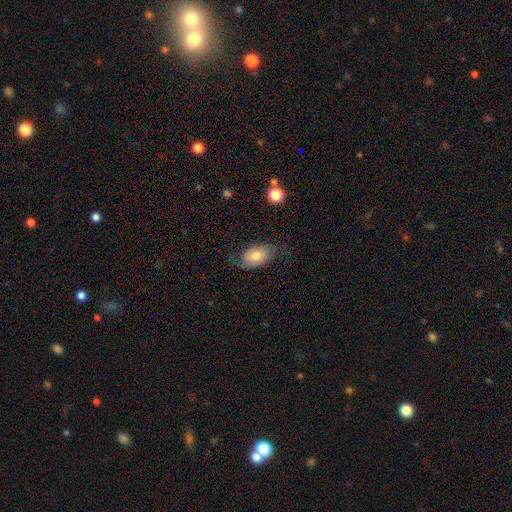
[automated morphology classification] Smooth or featured? Predicted: smooth (p=0.59). How rounded? Predicted: in between (p=0.89). Merging? Predicted: none (p=0.64).